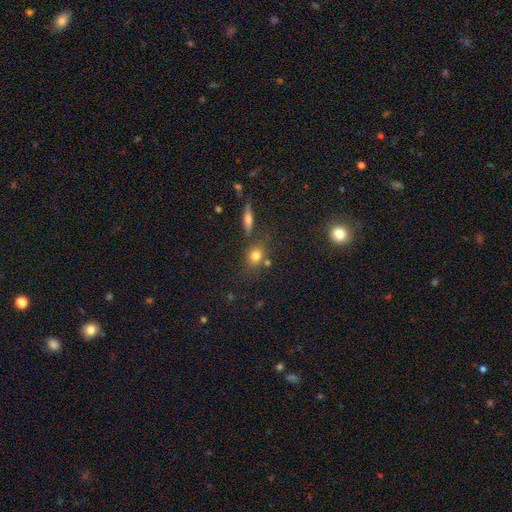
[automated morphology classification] type=smooth (76%); roundness=round (52%); merging=none (69%).